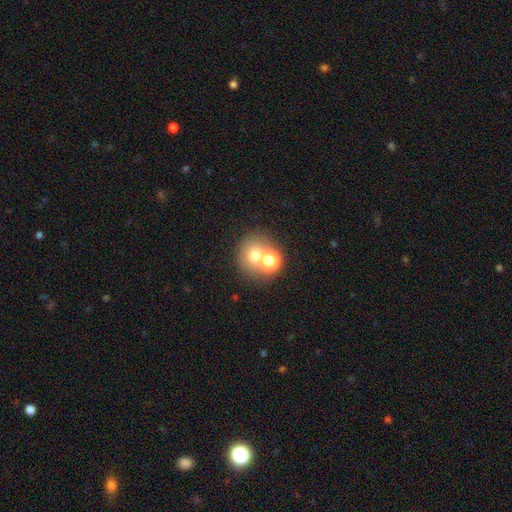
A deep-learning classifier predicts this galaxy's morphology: This appears to be a smooth galaxy with no disk features (65%) that is round (77%). Merging: none (50%).